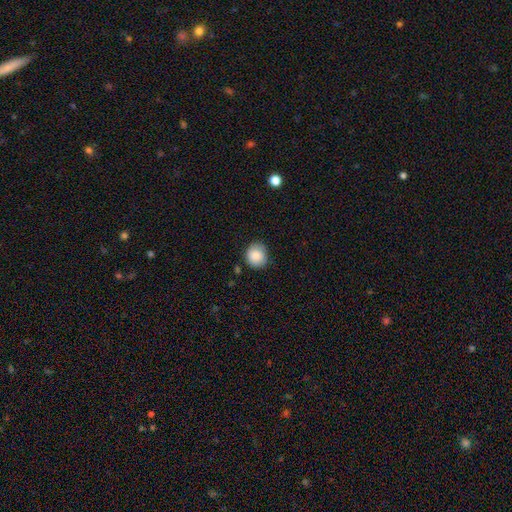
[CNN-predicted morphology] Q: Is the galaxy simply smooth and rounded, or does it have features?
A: smooth — 85%.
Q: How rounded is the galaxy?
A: round — 83%.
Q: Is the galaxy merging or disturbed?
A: none — 77%.